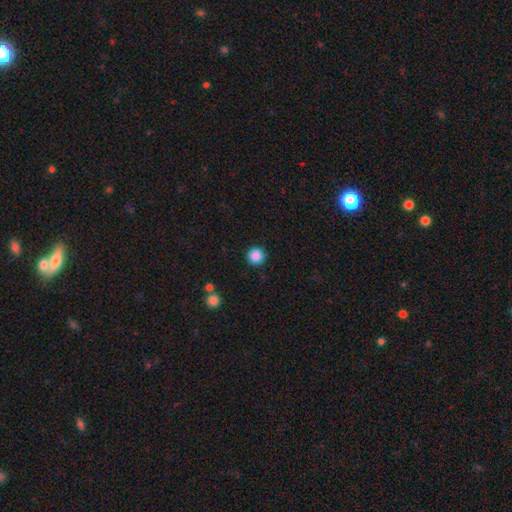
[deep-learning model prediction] smooth-or-featured: smooth: 87% | star or artifact: 10% | featured or disk: 3%
  how-rounded: round: 96% | in between: 3% | cigar-shaped: 1%
  merging: none: 90% | minor disturbance: 6% | major disturbance: 2% | merger: 2%